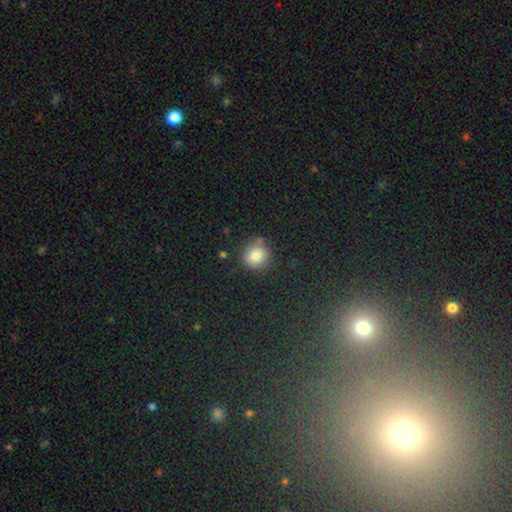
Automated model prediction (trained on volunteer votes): smooth-or-featured: smooth: 81% | star or artifact: 12% | featured or disk: 7%
  how-rounded: round: 86% | in between: 12% | cigar-shaped: 1%
  merging: none: 74% | minor disturbance: 16% | merger: 6% | major disturbance: 5%